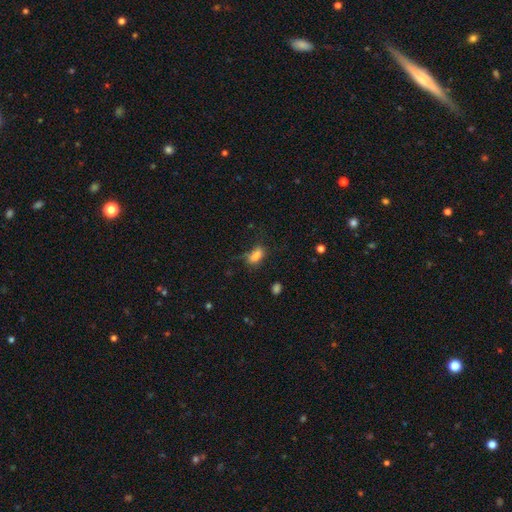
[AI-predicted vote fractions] The model was most divided on "merging": none: 50%, minor disturbance: 28%, major disturbance: 18%, merger: 4%. More confident: how rounded — in between (86%); smooth or featured — smooth (80%).